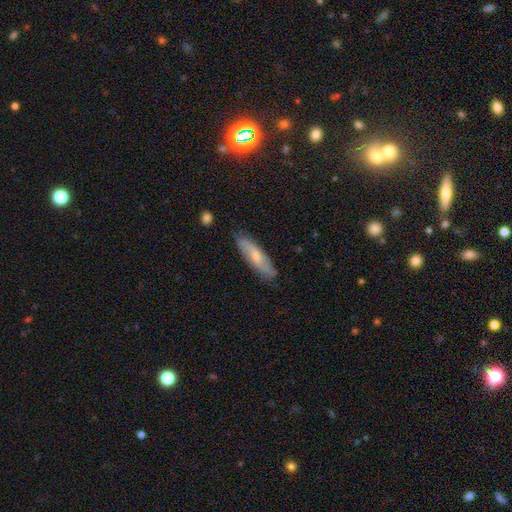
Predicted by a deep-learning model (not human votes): Smooth or featured? smooth (51%)
How rounded? cigar-shaped (64%)
Merging? none (81%)